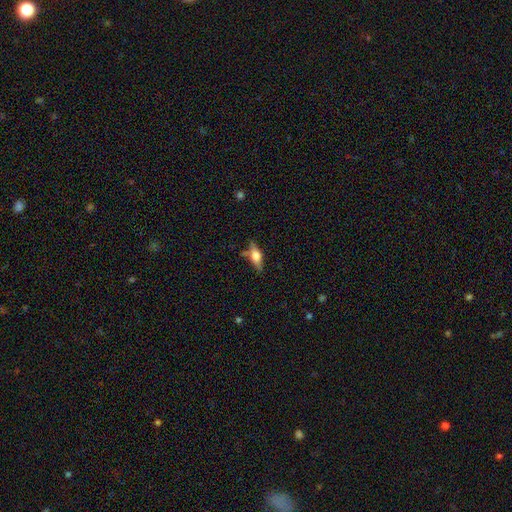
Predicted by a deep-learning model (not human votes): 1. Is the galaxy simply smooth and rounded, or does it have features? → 48% featured or disk, 43% smooth, 8% star or artifact.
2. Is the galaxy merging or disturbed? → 66% none, 20% minor disturbance, 8% merger, 7% major disturbance.